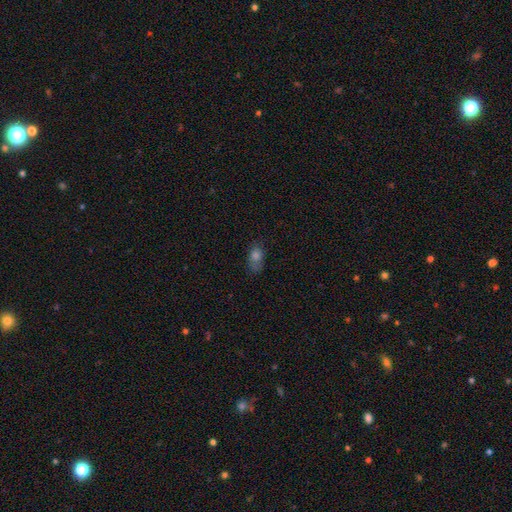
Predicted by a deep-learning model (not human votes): A smooth galaxy with no disk features (72%) that is in between round and cigar-shaped (77%). Merging: none (62%).